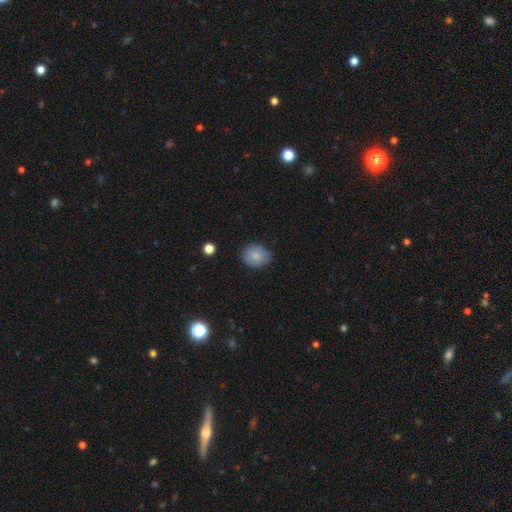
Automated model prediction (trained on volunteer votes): Morphology: type=smooth (83%); roundness=round (60%); merging=none (73%).